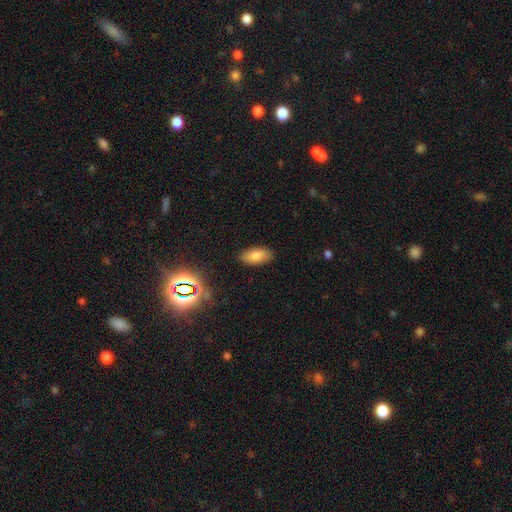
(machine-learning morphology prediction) Smooth or featured: smooth — 79% (featured or disk — 11%)
How rounded: in between — 90% (cigar-shaped — 7%)
Merging: none — 87% (minor disturbance — 9%)